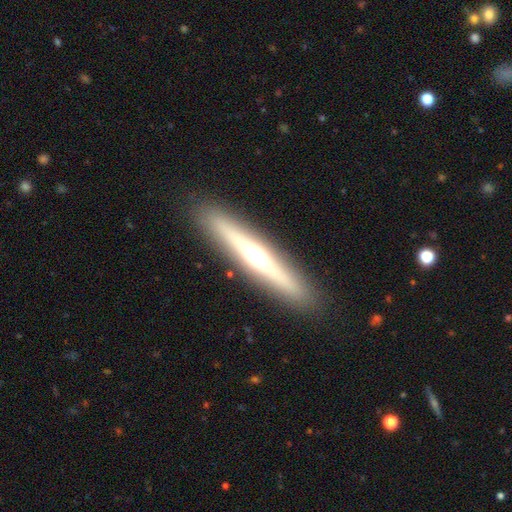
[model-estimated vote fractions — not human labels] featured or disk 62%, smooth 32%, star or artifact 6%. Down the decision tree: edge-on disk — yes (95%); edge-on bulge — rounded (84%); merging — none (90%).